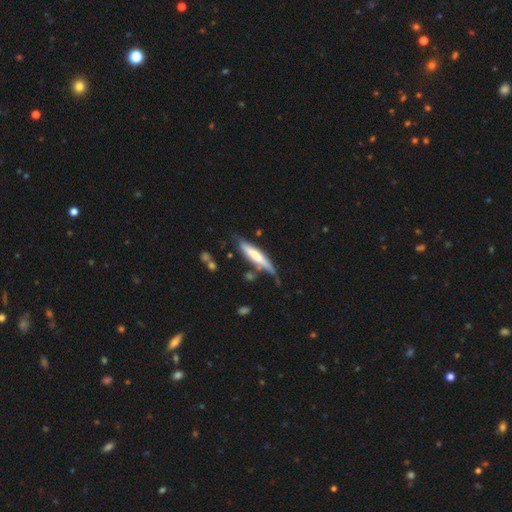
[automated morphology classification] Smooth or featured: smooth — 54% (featured or disk — 40%)
How rounded: cigar-shaped — 83% (in between — 15%)
Merging: none — 58% (minor disturbance — 26%)